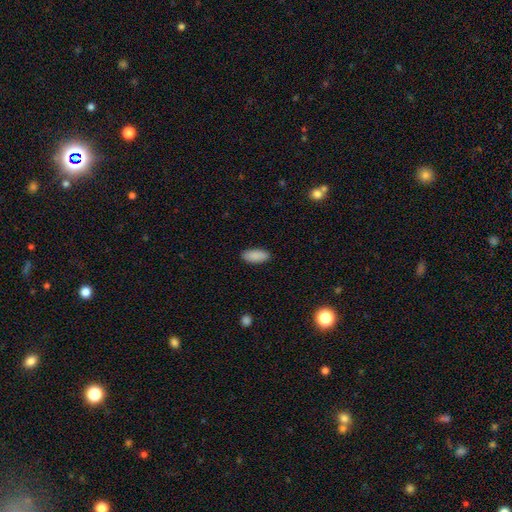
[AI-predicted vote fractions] smooth 90%, star or artifact 6%, featured or disk 4%. Down the decision tree: how rounded — in between (89%); merging — none (89%).